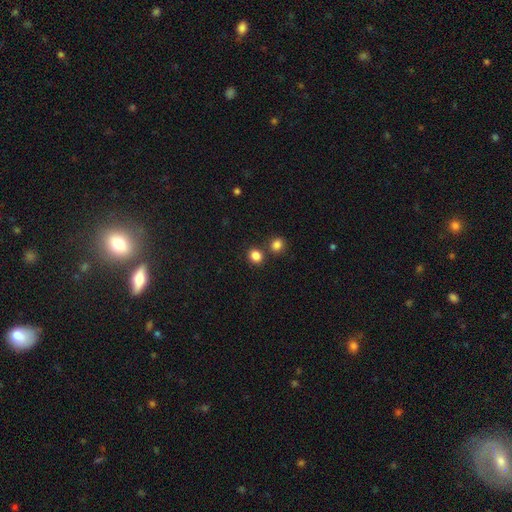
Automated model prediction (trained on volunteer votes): smooth_or_featured: smooth (p=0.84) [alt: star or artifact p=0.12]
how_rounded: round (p=0.77) [alt: in between p=0.23]
merging: none (p=0.74) [alt: merger p=0.15]